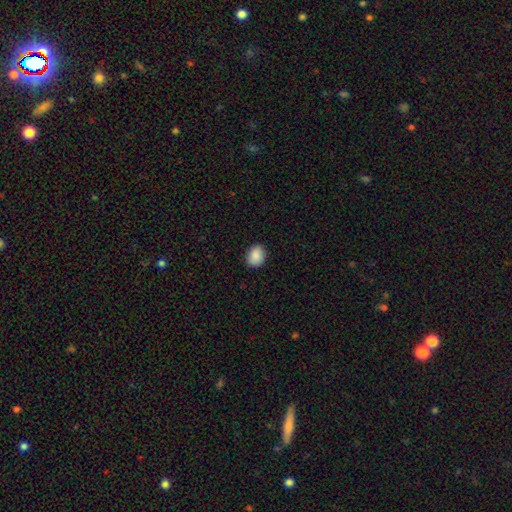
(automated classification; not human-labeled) smooth_or_featured: smooth (p=0.88) [alt: star or artifact p=0.08]
how_rounded: round (p=0.52) [alt: in between p=0.47]
merging: none (p=0.88) [alt: minor disturbance p=0.09]